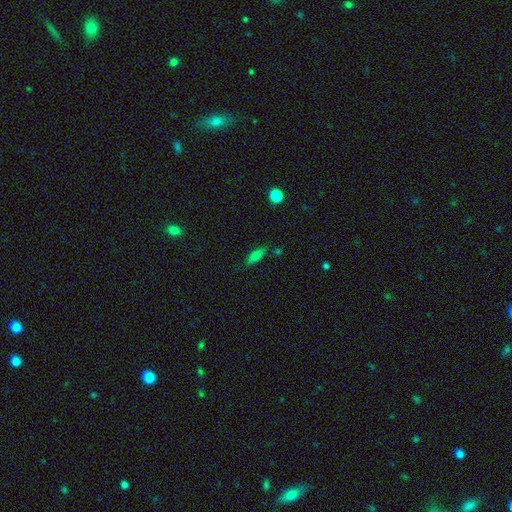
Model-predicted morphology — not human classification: Overall: smooth (72%). How rounded: in between (61%; cigar-shaped 35%). Merging: none (74%).